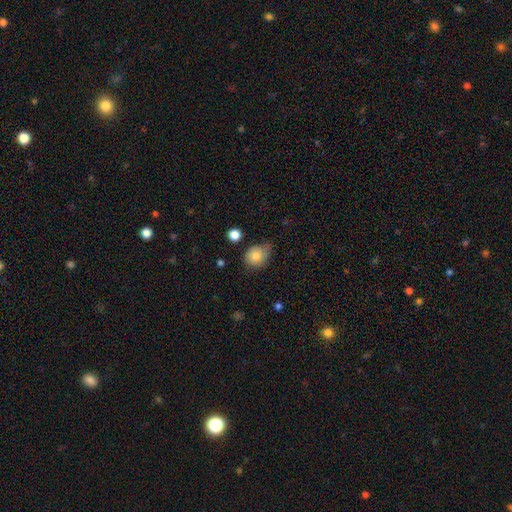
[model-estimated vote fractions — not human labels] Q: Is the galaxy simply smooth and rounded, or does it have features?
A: smooth — 80%.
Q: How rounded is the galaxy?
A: round — 62%.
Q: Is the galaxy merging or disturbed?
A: none — 50%.